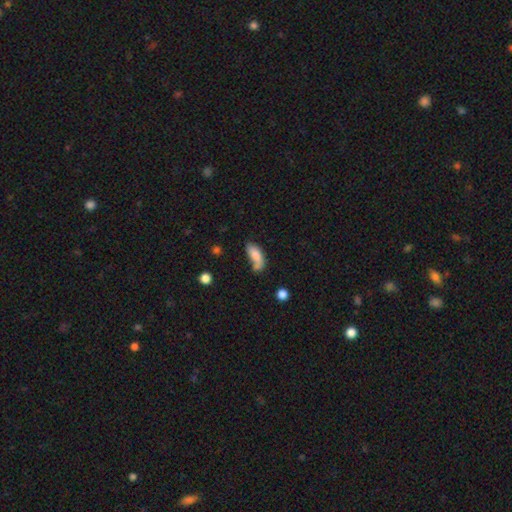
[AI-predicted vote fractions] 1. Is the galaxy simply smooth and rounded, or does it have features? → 77% smooth, 14% featured or disk, 9% star or artifact.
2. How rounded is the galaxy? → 79% in between, 18% cigar-shaped, 3% round.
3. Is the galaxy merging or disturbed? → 39% none, 24% merger, 23% minor disturbance, 14% major disturbance.